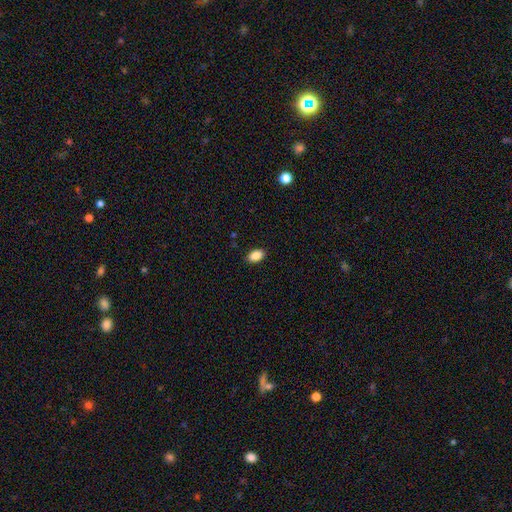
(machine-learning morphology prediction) Q: Smooth or featured?
A: smooth (87%); runner-up: star or artifact (8%)
Q: How rounded?
A: in between (89%); runner-up: round (10%)
Q: Merging?
A: none (89%); runner-up: minor disturbance (8%)